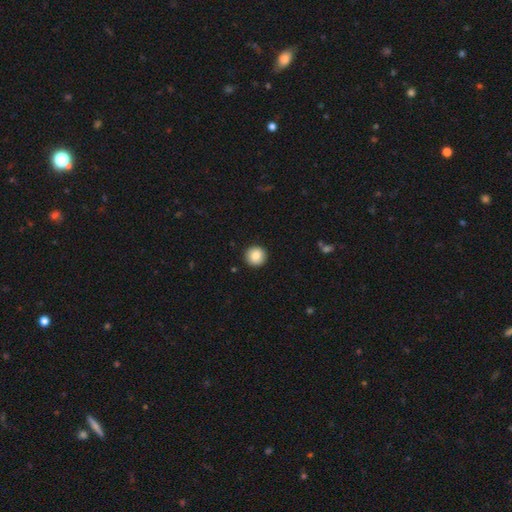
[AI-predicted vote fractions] This is clearly a smooth galaxy (87%). How rounded: clearly round (95%). Merging: clearly none (92%).